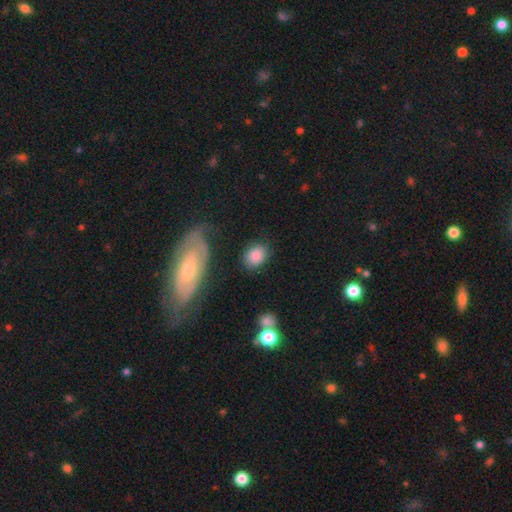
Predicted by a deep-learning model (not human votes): This appears to be a smooth galaxy with no disk features (83%) that is in between round and cigar-shaped (56%). Merging: none (74%).